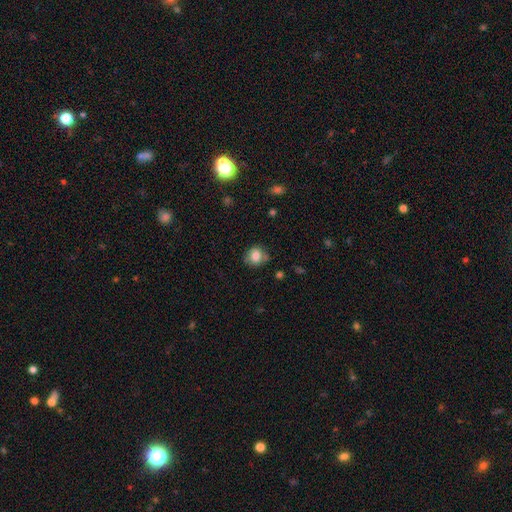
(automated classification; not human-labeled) This is likely a smooth galaxy (79%). How rounded: likely round (73%). Merging: likely none (71%).